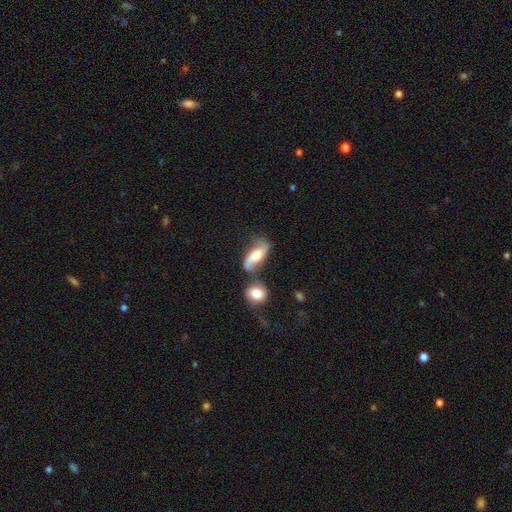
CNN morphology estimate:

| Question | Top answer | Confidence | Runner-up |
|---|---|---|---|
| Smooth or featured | featured or disk | 60% | smooth (32%) |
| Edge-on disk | no | 85% | yes (15%) |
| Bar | no | 47% | weak (35%) |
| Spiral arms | yes | 87% | no (13%) |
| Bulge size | moderate | 48% | large (25%) |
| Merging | none | 45% | merger (29%) |